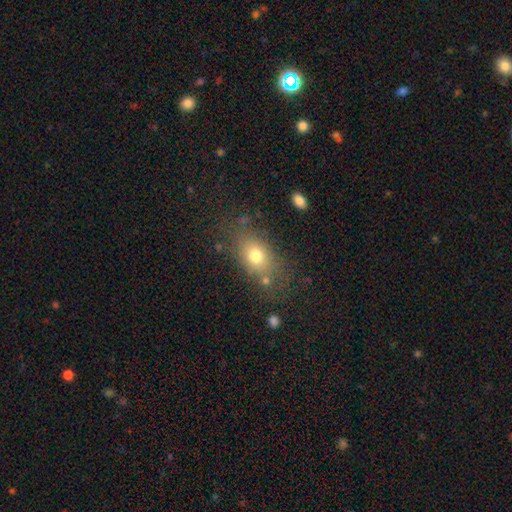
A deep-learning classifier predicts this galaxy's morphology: A smooth galaxy with no disk features (73%) that is in between round and cigar-shaped (74%). Merging: none (71%).